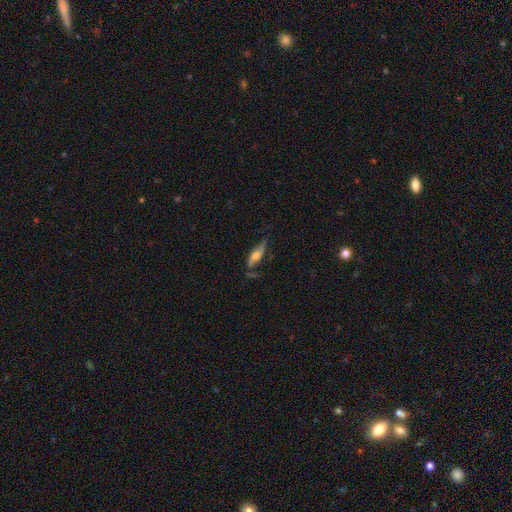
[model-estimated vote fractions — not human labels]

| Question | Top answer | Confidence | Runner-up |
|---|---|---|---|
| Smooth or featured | featured or disk | 56% | smooth (37%) |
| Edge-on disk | yes | 69% | no (31%) |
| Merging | none | 57% | minor disturbance (26%) |